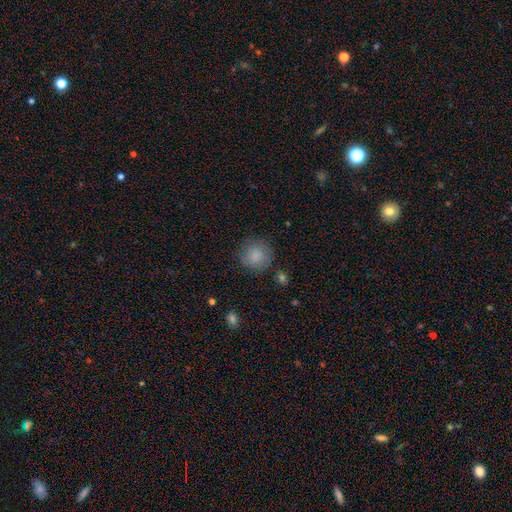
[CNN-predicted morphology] Smooth or featured? Predicted: smooth (p=0.86). How rounded? Predicted: round (p=0.91). Merging? Predicted: none (p=0.82).